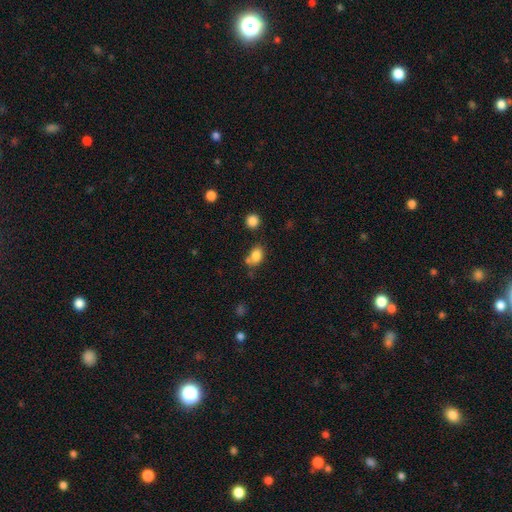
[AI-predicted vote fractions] A smooth galaxy with no disk features (82%) that is in between round and cigar-shaped (65%). Merging: none (56%).